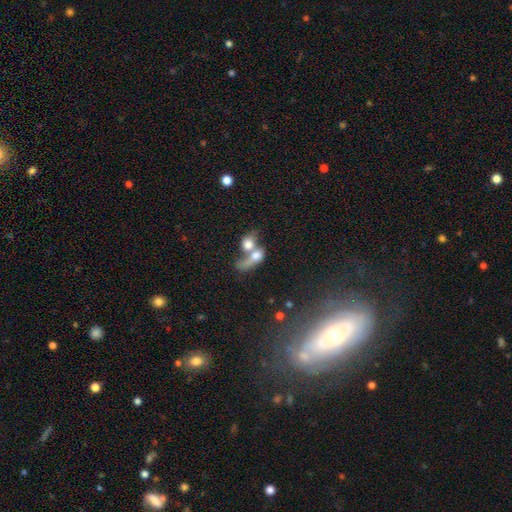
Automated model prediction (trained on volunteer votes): A smooth galaxy with no disk features (63%) that is in between round and cigar-shaped (56%).

Vote fractions:
- Smooth or featured? smooth: 63% / featured or disk: 27% / star or artifact: 10%
- How rounded? in between: 56% / round: 36% / cigar-shaped: 8%
- Merging? merger: 75% / none: 11% / major disturbance: 10% / minor disturbance: 5%